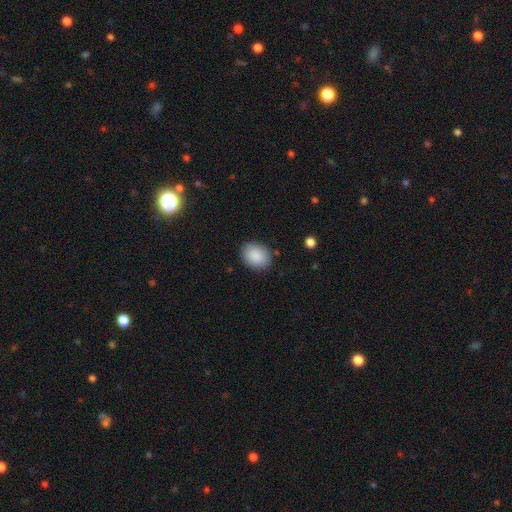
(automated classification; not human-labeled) Morphology: type=smooth (89%); roundness=in between (58%); merging=none (86%).